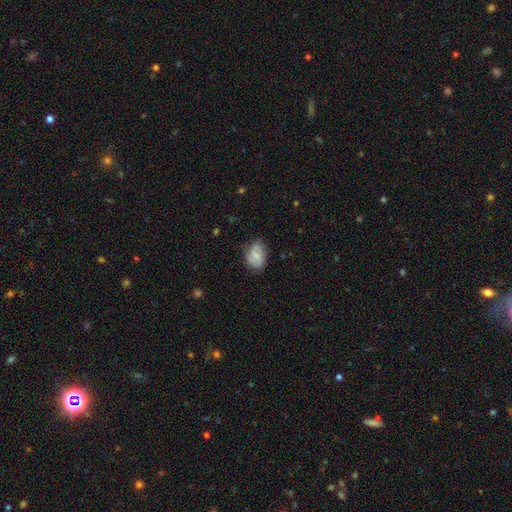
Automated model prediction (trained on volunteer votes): A smooth galaxy with no disk features (63%) that is in between round and cigar-shaped (74%).

Vote fractions:
- Smooth or featured? smooth: 63% / featured or disk: 30% / star or artifact: 8%
- How rounded? in between: 74% / round: 25% / cigar-shaped: 1%
- Merging? none: 63% / minor disturbance: 28% / major disturbance: 7% / merger: 2%